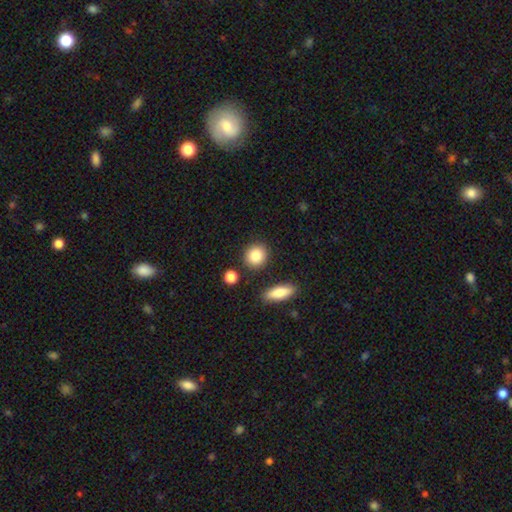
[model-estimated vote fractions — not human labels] Smooth or featured? smooth (86%)
How rounded? round (80%)
Merging? none (85%)